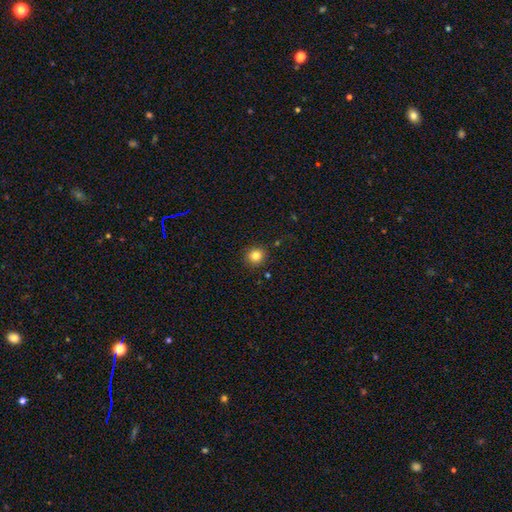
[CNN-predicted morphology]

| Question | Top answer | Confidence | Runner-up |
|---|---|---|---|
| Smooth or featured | smooth | 82% | star or artifact (12%) |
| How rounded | round | 91% | in between (8%) |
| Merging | none | 90% | minor disturbance (7%) |